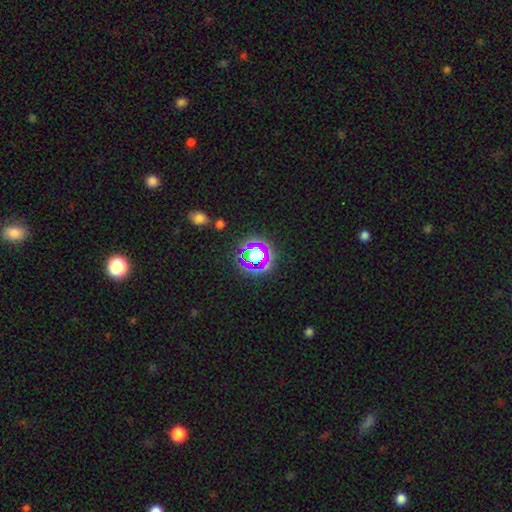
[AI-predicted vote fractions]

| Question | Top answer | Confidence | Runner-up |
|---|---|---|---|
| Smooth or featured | star or artifact | 56% | smooth (31%) |